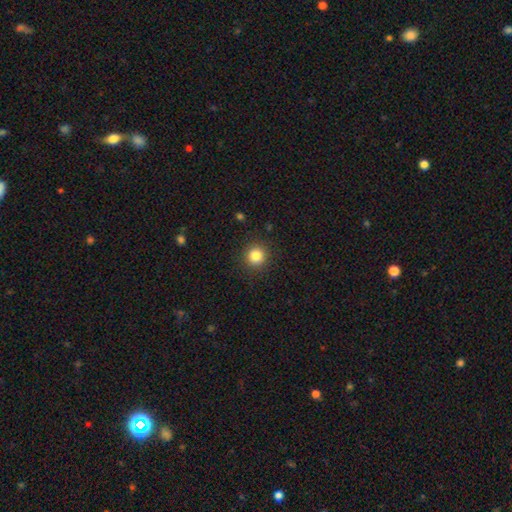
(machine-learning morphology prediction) Smooth or featured?
  - smooth: 84% *
  - star or artifact: 11%
  - featured or disk: 5%
How rounded?
  - round: 94% *
  - in between: 5%
  - cigar-shaped: 1%
Merging?
  - none: 91% *
  - minor disturbance: 6%
  - major disturbance: 2%
  - merger: 1%